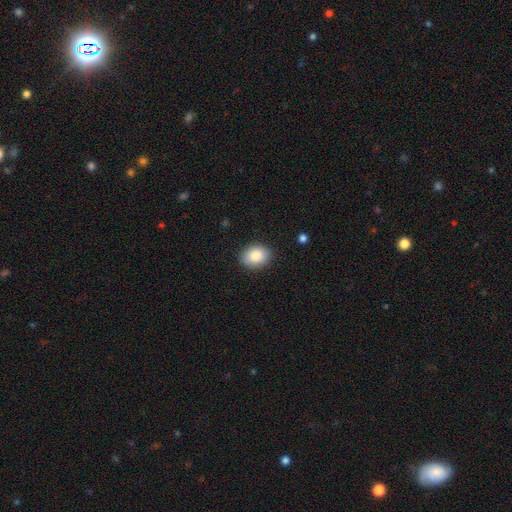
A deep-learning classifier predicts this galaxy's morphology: Smooth or featured? smooth (87%)
How rounded? in between (64%)
Merging? none (88%)